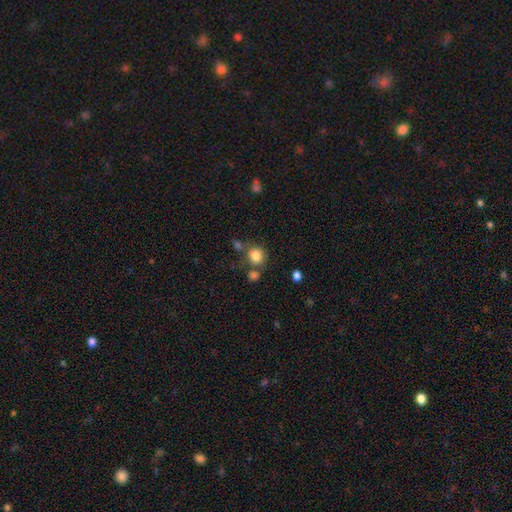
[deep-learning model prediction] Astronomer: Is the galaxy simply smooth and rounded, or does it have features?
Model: smooth — 82%.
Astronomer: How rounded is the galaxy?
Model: round — 76%.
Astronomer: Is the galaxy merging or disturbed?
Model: none — 63%.